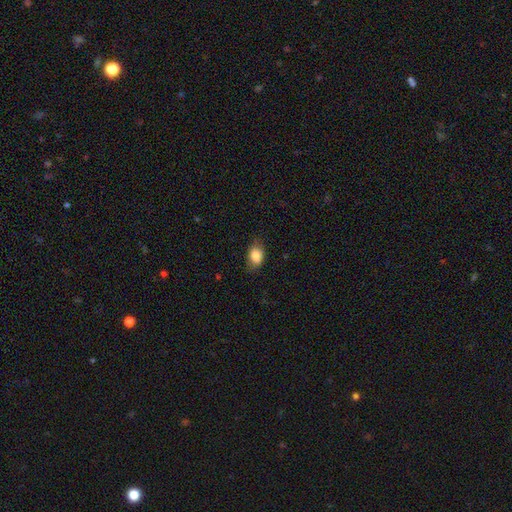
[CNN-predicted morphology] Smooth or featured? smooth (85%)
How rounded? in between (82%)
Merging? none (75%)